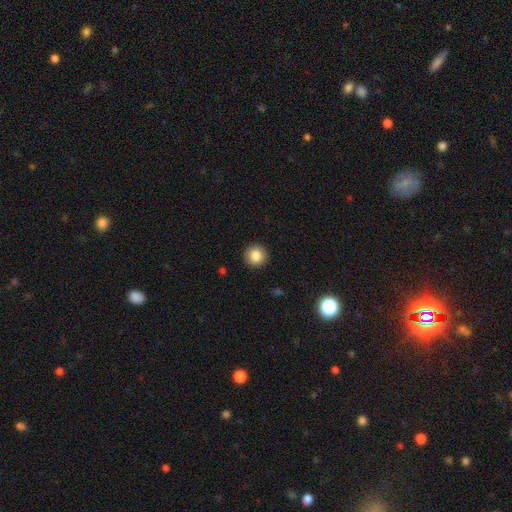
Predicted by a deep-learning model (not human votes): This appears to be a smooth galaxy with no disk features (84%) that is round (94%). Merging: none (92%).